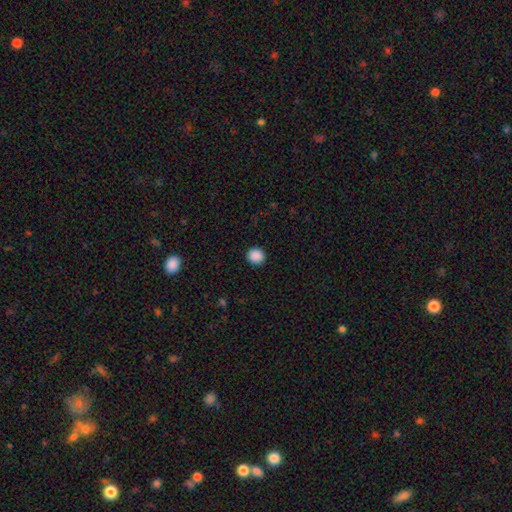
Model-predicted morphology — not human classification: Q: Smooth or featured?
A: smooth (89%); runner-up: star or artifact (9%)
Q: How rounded?
A: round (88%); runner-up: in between (11%)
Q: Merging?
A: none (92%); runner-up: minor disturbance (5%)